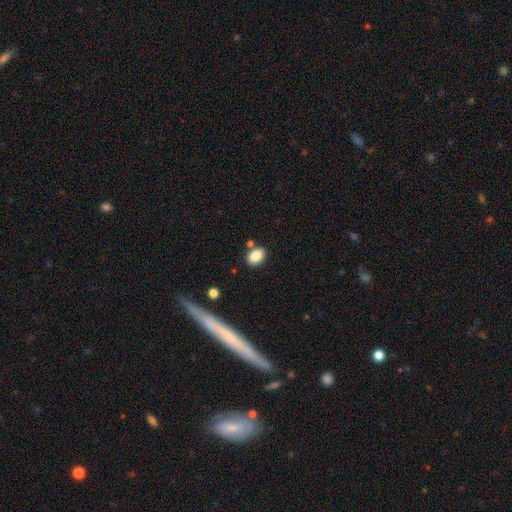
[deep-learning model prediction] This is clearly a smooth galaxy (85%). How rounded: likely in between (79%). Merging: likely none (76%).